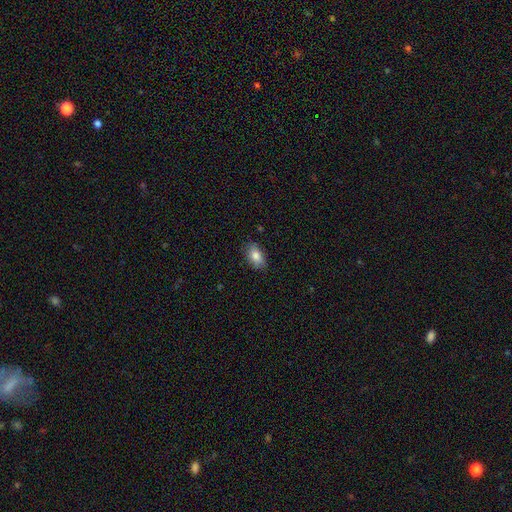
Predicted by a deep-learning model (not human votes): smooth-or-featured: smooth: 83% | featured or disk: 10% | star or artifact: 7%
  how-rounded: in between: 90% | round: 7% | cigar-shaped: 3%
  merging: none: 84% | minor disturbance: 13% | major disturbance: 2% | merger: 1%